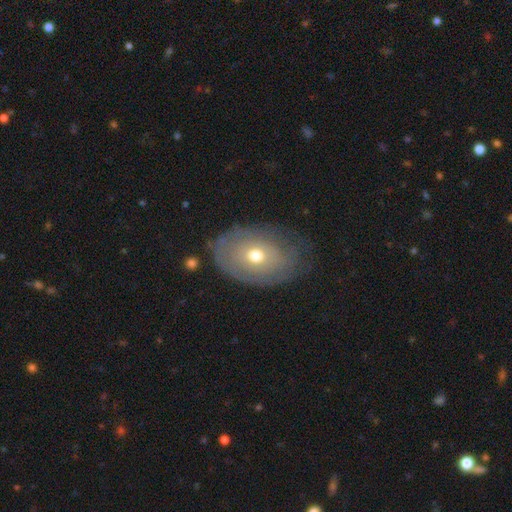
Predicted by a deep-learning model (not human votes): A featured or disk galaxy (48%). Merging: none (68%).